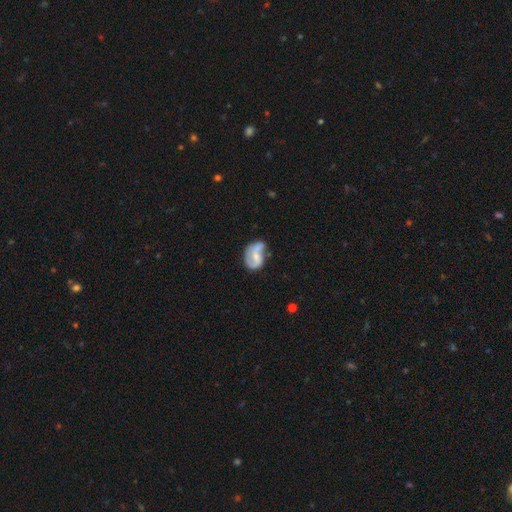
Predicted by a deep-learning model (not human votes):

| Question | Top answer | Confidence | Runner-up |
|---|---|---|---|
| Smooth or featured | featured or disk | 73% | smooth (21%) |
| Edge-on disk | no | 98% | yes (2%) |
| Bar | weak | 42% | no (40%) |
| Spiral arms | yes | 88% | no (12%) |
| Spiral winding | medium | 42% | loose (40%) |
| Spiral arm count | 2 | 77% | 1 (13%) |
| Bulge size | small | 45% | moderate (38%) |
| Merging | none | 45% | minor disturbance (30%) |